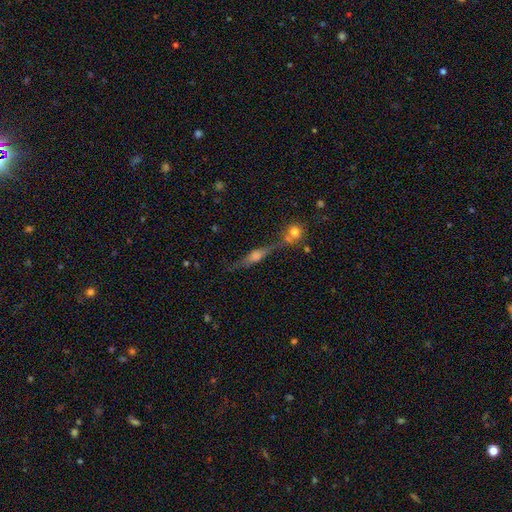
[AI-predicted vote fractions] A featured or disk galaxy (62%) viewed edge-on (91%) with a rounded central bulge (81%).

Vote fractions:
- Smooth or featured? featured or disk: 62% / smooth: 26% / star or artifact: 12%
- Edge-on disk? yes: 91% / no: 9%
- Edge-on bulge? rounded: 81% / boxy: 13% / none: 6%
- Merging? none: 63% / merger: 16% / minor disturbance: 15% / major disturbance: 7%